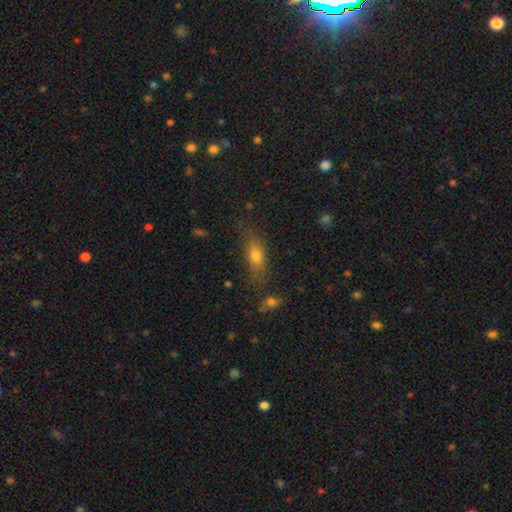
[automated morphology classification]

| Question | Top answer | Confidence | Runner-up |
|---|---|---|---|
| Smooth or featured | smooth | 70% | featured or disk (18%) |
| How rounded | in between | 65% | cigar-shaped (29%) |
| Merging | none | 71% | minor disturbance (18%) |